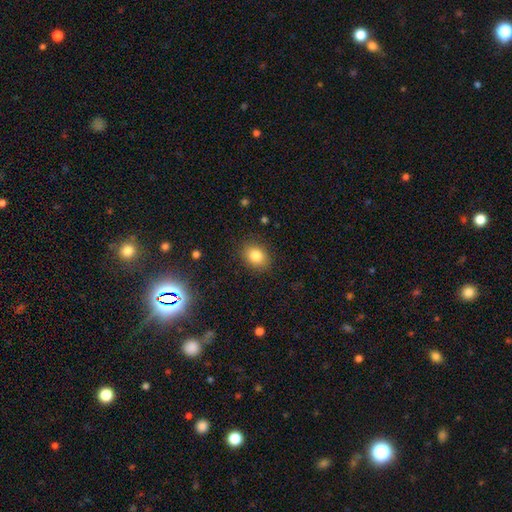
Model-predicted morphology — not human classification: Smooth or featured?
  - smooth: 83% *
  - star or artifact: 10%
  - featured or disk: 7%
How rounded?
  - in between: 59% *
  - round: 40%
  - cigar-shaped: 1%
Merging?
  - none: 87% *
  - minor disturbance: 10%
  - major disturbance: 3%
  - merger: 1%